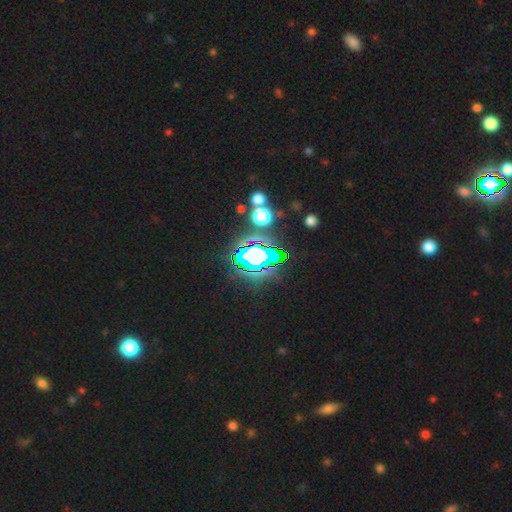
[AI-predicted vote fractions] A star or artifact, not a galaxy (68%).

Vote fractions:
- Smooth or featured? star or artifact: 68% / smooth: 20% / featured or disk: 12%